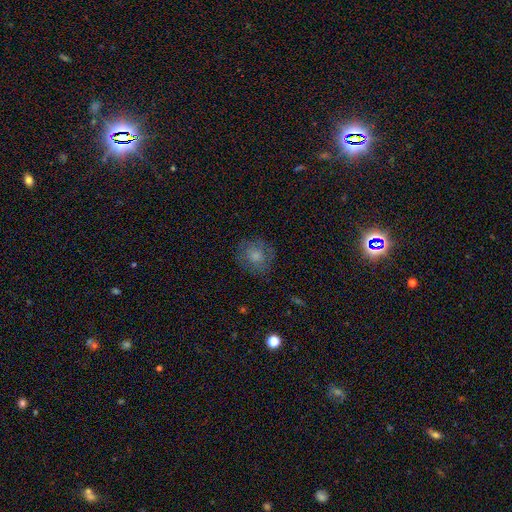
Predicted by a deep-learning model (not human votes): Smooth or featured? smooth (71%)
How rounded? round (84%)
Merging? none (77%)